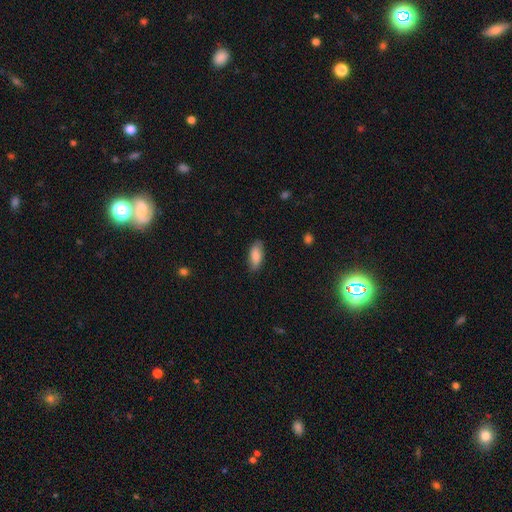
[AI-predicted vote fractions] The model was most divided on "merging": none: 81%, minor disturbance: 15%, major disturbance: 3%, merger: 1%. More confident: how rounded — in between (84%); smooth or featured — smooth (83%).